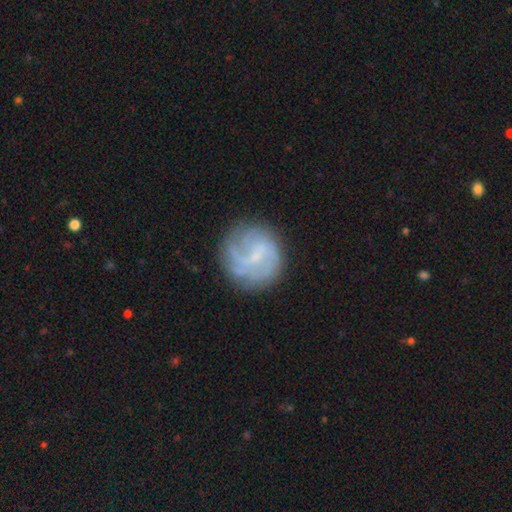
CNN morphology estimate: smooth-or-featured: featured or disk: 71% | smooth: 21% | star or artifact: 8%
  disk-edge-on: no: 98% | yes: 2%
    bar: weak: 52% | no: 36% | strong: 12%
    has-spiral-arms: yes: 89% | no: 11%
      spiral-winding: medium: 39% | loose: 32% | tight: 29%
      spiral-arm-count: can't tell: 31% | 2: 30% | 3: 18% | 4: 8% | 1: 7% | more than 4: 5%
    bulge-size: small: 64% | none: 22% | moderate: 12% | large: 1% | dominant: 1%
  merging: none: 75% | minor disturbance: 15% | major disturbance: 8% | merger: 2%